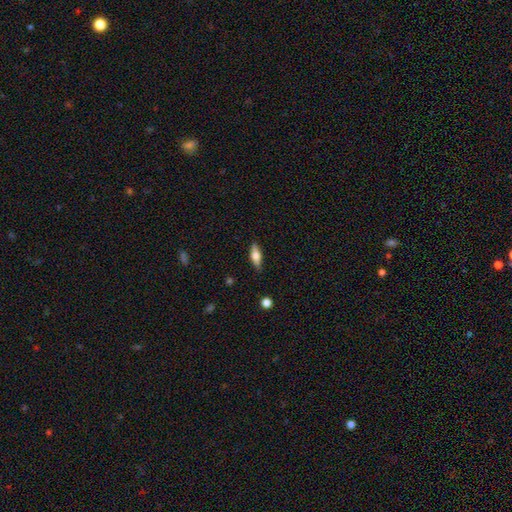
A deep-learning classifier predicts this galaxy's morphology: The model was most divided on "how rounded": in between: 55%, cigar-shaped: 42%, round: 3%. More confident: merging — none (86%); smooth or featured — smooth (55%).